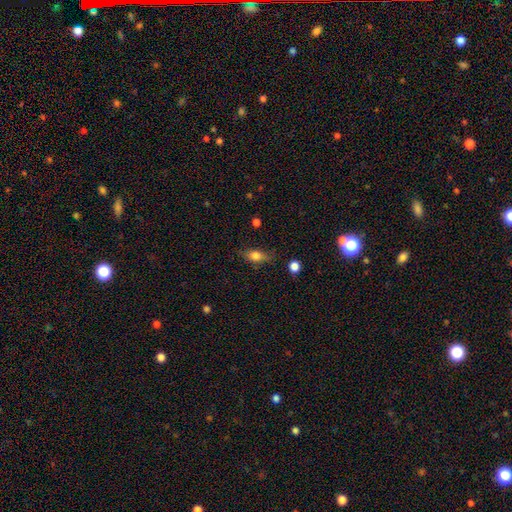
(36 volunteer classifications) Q: Smooth or featured?
A: smooth (86%); runner-up: featured or disk (14%)
Q: How rounded?
A: in between (71%); runner-up: cigar-shaped (19%)
Q: Merging?
A: none (86%); runner-up: minor disturbance (11%)